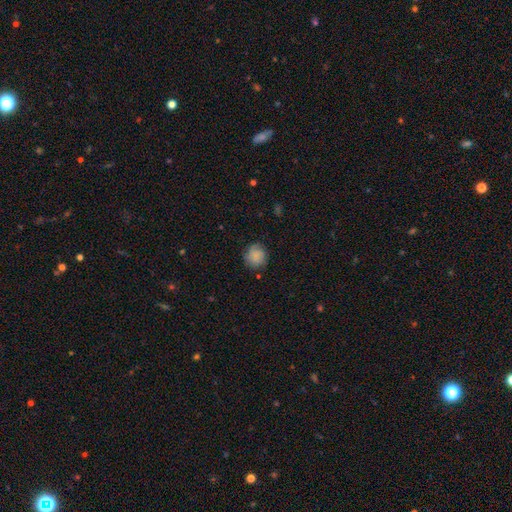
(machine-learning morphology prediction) This appears to be a smooth galaxy with no disk features (78%) that is round (86%). Merging: none (77%).